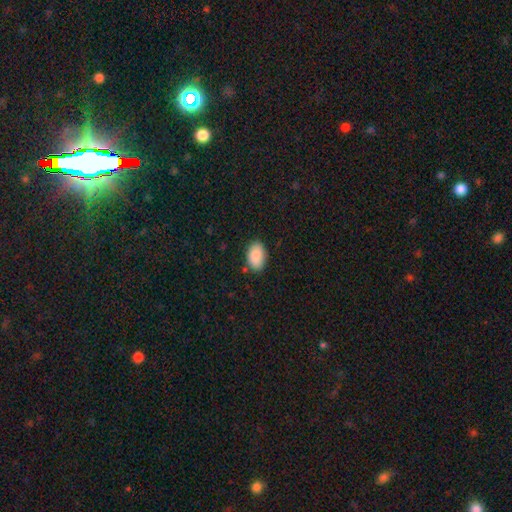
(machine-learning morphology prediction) This appears to be a smooth galaxy with no disk features (89%) that is in between round and cigar-shaped (92%). Merging: none (84%).